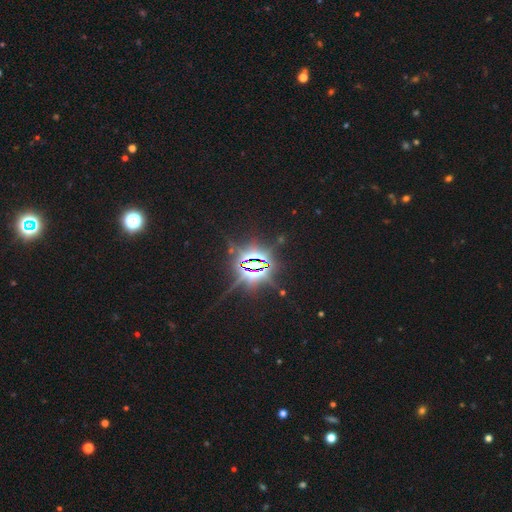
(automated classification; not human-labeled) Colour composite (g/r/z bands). It shows a star or artifact, not a galaxy (86%).